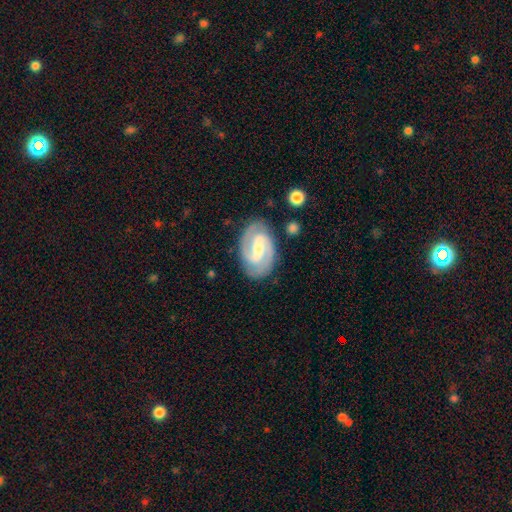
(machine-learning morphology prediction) This is clearly a featured or disk galaxy (86%). It is clearly not viewed edge-on (97%). Bar: possibly weak (46%). Spiral arm pattern: clearly yes (96%). Spiral arm count: clearly 2 (88%). Spiral winding: possibly medium (50%). Central bulge: possibly small (50%). Merging: clearly none (82%).